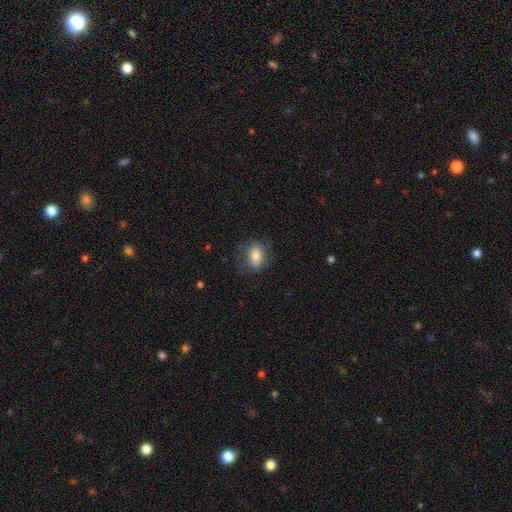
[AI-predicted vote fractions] Q: Smooth or featured?
A: smooth (75%); runner-up: featured or disk (17%)
Q: How rounded?
A: in between (78%); runner-up: round (20%)
Q: Merging?
A: none (70%); runner-up: minor disturbance (19%)